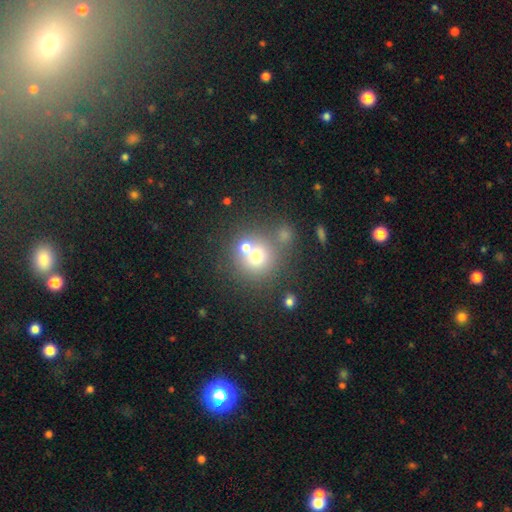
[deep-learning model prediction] Morphology: type=smooth (67%); roundness=round (90%); merging=none (54%).